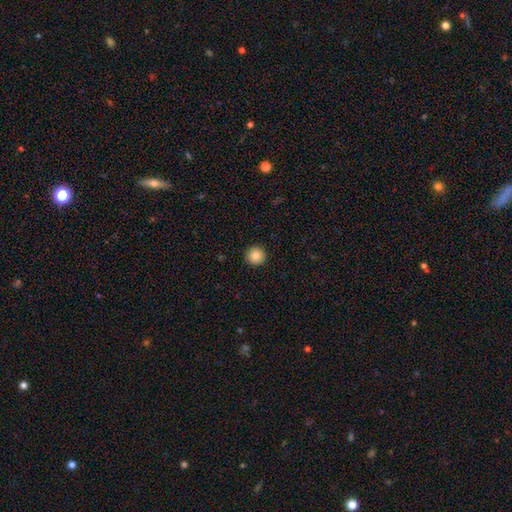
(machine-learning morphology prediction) Smooth or featured? smooth (85%)
How rounded? round (96%)
Merging? none (93%)